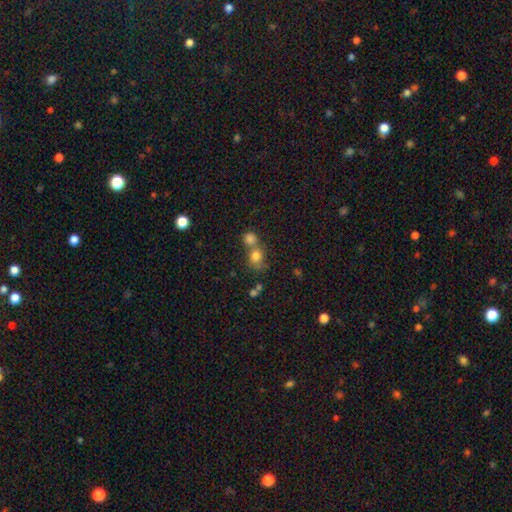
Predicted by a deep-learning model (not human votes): Overall: smooth (77%). How rounded: round (74%). Merging: merger (46%; none 40%).